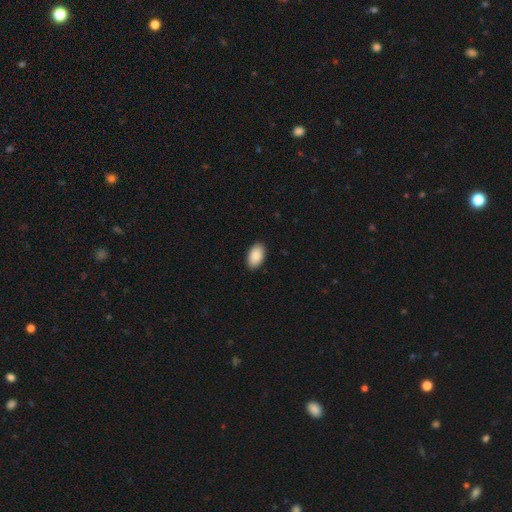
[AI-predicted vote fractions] smooth 90%, star or artifact 6%, featured or disk 4%. Down the decision tree: how rounded — in between (94%); merging — none (90%).